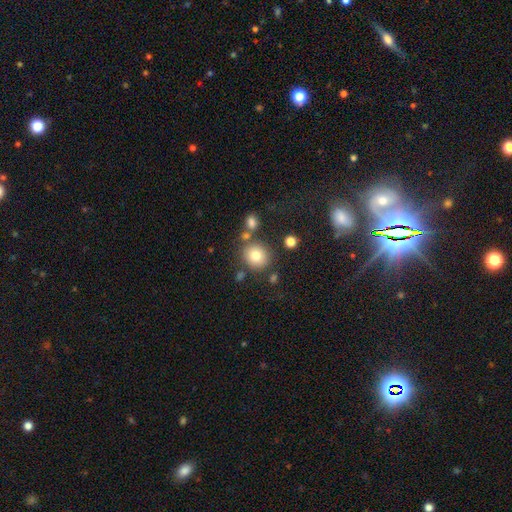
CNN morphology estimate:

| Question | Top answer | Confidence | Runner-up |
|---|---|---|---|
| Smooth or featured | smooth | 77% | star or artifact (12%) |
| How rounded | round | 85% | in between (14%) |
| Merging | none | 76% | minor disturbance (10%) |